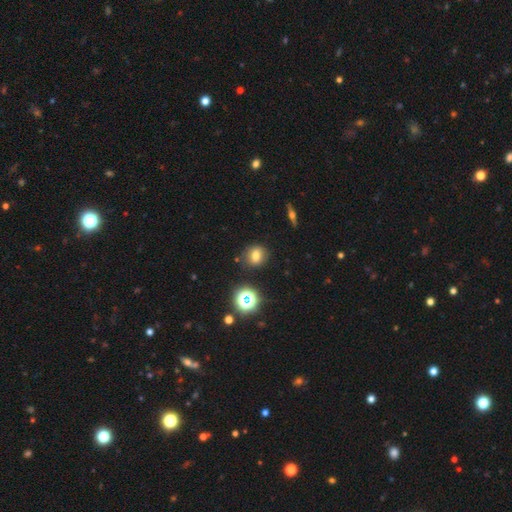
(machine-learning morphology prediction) Q: Smooth or featured?
A: smooth (70%); runner-up: star or artifact (18%)
Q: How rounded?
A: round (68%); runner-up: in between (30%)
Q: Merging?
A: none (83%); runner-up: minor disturbance (11%)